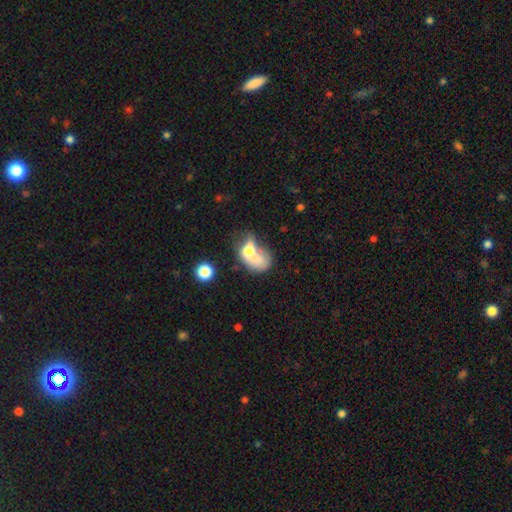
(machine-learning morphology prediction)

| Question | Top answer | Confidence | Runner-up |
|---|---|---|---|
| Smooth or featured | smooth | 59% | featured or disk (30%) |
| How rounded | in between | 69% | round (29%) |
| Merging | merger | 46% | major disturbance (26%) |